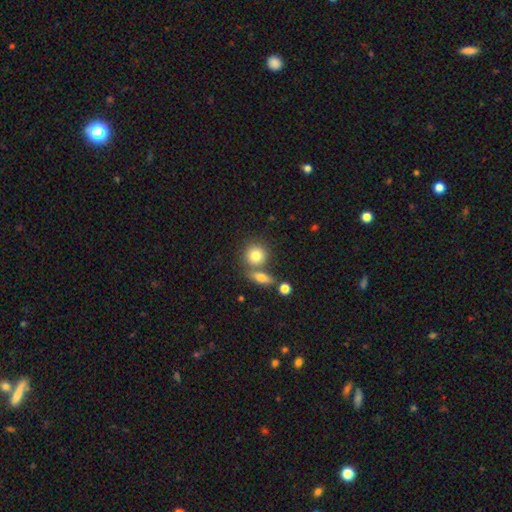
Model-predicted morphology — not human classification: Q: Smooth or featured?
A: smooth (79%); runner-up: featured or disk (12%)
Q: How rounded?
A: round (80%); runner-up: in between (18%)
Q: Merging?
A: none (59%); runner-up: merger (29%)